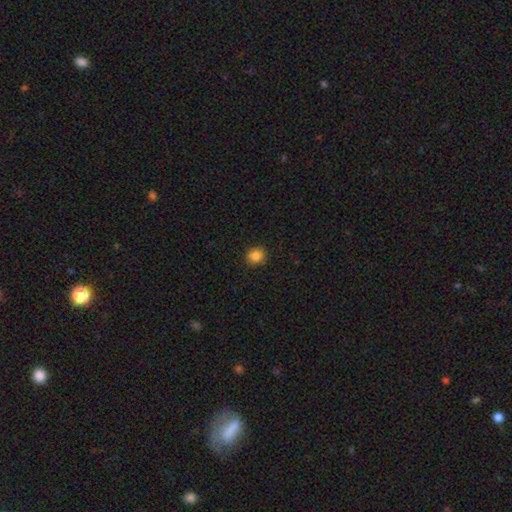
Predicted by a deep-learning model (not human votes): A smooth galaxy with no disk features (85%) that is round (79%).

Vote fractions:
- Smooth or featured? smooth: 85% / star or artifact: 11% / featured or disk: 4%
- How rounded? round: 79% / in between: 20% / cigar-shaped: 1%
- Merging? none: 89% / minor disturbance: 8% / major disturbance: 2% / merger: 1%